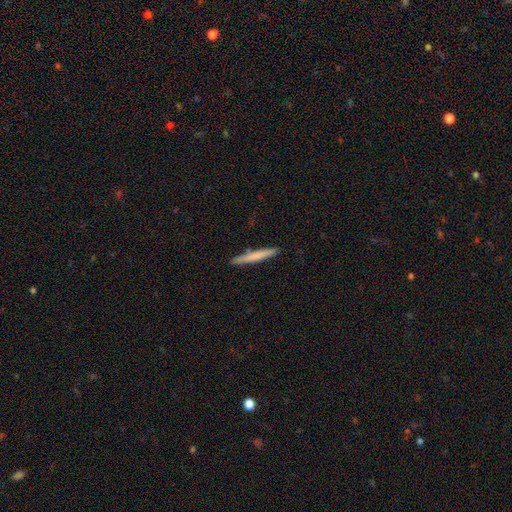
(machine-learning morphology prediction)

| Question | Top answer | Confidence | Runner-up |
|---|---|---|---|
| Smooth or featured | smooth | 67% | featured or disk (28%) |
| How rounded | cigar-shaped | 97% | in between (2%) |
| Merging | none | 90% | minor disturbance (7%) |